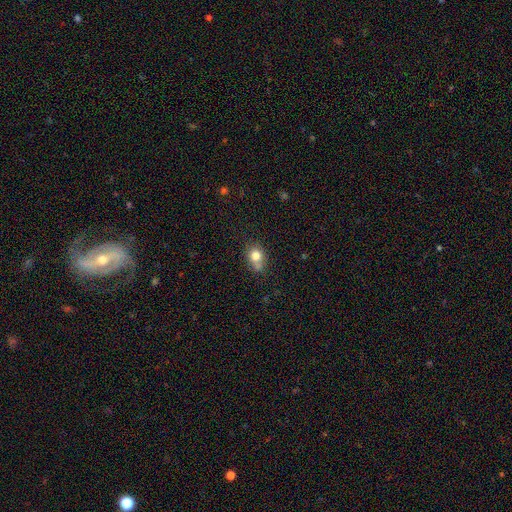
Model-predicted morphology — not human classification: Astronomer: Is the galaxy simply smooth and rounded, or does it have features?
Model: smooth — 79%.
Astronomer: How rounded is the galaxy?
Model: round — 58% (runner-up: in between, 40%).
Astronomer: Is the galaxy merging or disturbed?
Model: none — 58%.